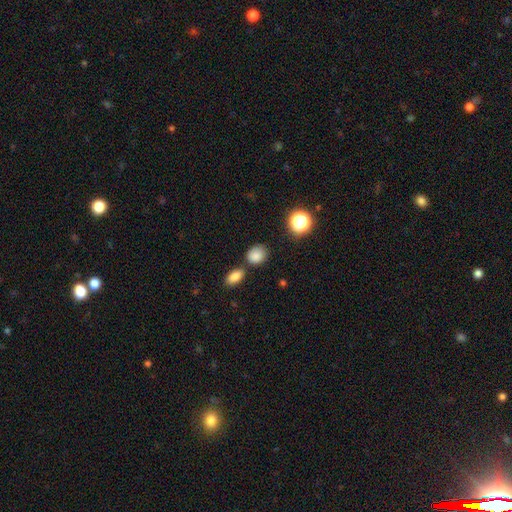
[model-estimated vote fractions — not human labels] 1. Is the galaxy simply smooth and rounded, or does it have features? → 84% smooth, 11% star or artifact, 5% featured or disk.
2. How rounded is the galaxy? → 59% round, 40% in between, 1% cigar-shaped.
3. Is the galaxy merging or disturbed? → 71% none, 13% minor disturbance, 12% merger, 4% major disturbance.